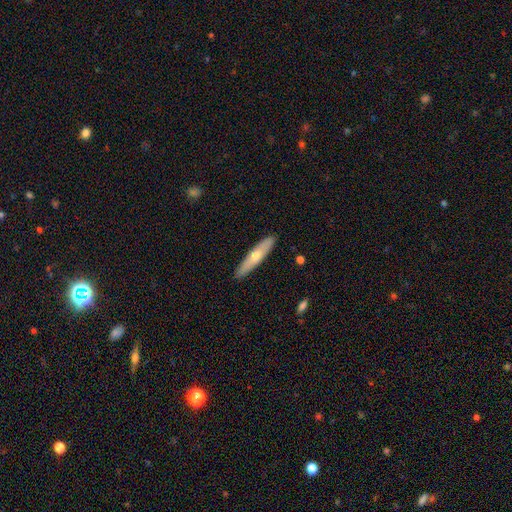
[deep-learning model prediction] Overall: smooth (53%; featured or disk 41%). How rounded: cigar-shaped (87%). Merging: none (90%).